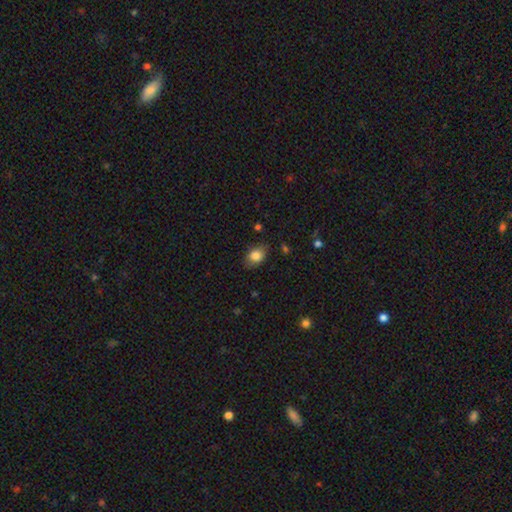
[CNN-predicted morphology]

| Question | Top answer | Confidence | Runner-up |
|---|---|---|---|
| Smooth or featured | smooth | 83% | star or artifact (9%) |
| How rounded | in between | 73% | round (26%) |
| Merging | none | 79% | minor disturbance (16%) |